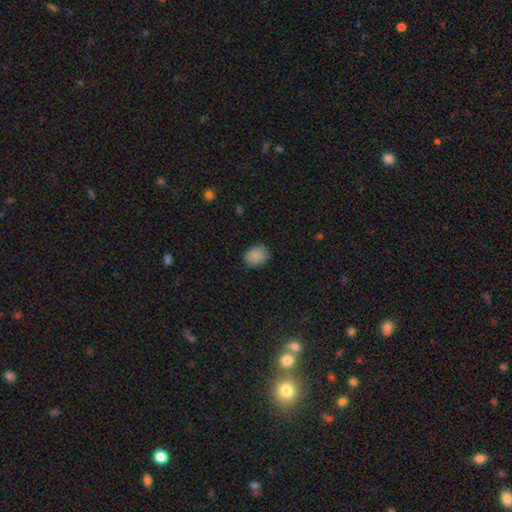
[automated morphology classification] smooth_or_featured: smooth (p=0.87) [alt: star or artifact p=0.08]
how_rounded: in between (p=0.59) [alt: round p=0.40]
merging: none (p=0.82) [alt: minor disturbance p=0.14]